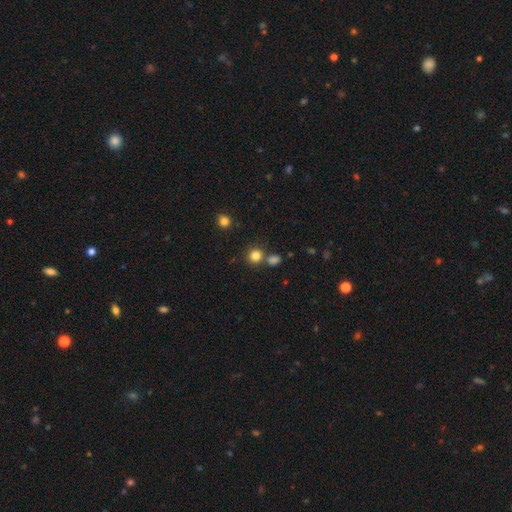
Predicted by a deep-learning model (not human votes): Smooth or featured? smooth (82%)
How rounded? round (87%)
Merging? none (70%)